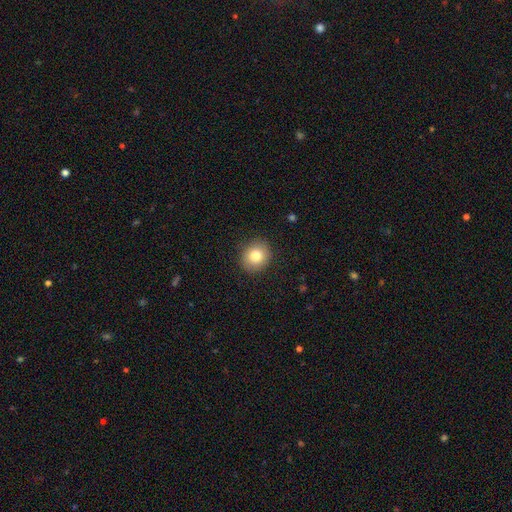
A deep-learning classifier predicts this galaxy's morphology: Smooth or featured? Predicted: smooth (p=0.82). How rounded? Predicted: round (p=0.75). Merging? Predicted: none (p=0.89).